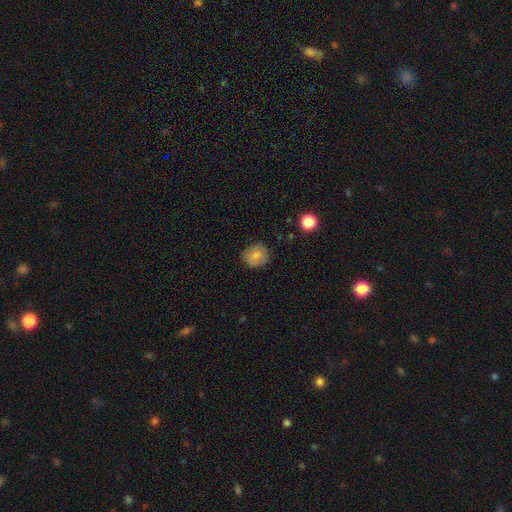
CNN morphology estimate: Q: Smooth or featured?
A: smooth (79%); runner-up: featured or disk (12%)
Q: How rounded?
A: round (72%); runner-up: in between (27%)
Q: Merging?
A: none (79%); runner-up: minor disturbance (16%)